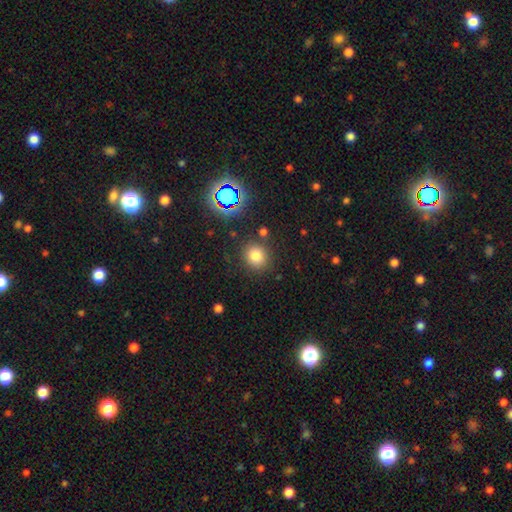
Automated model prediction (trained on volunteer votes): smooth_or_featured: smooth (p=0.78) [alt: star or artifact p=0.16]
how_rounded: round (p=0.83) [alt: in between p=0.16]
merging: none (p=0.84) [alt: minor disturbance p=0.09]